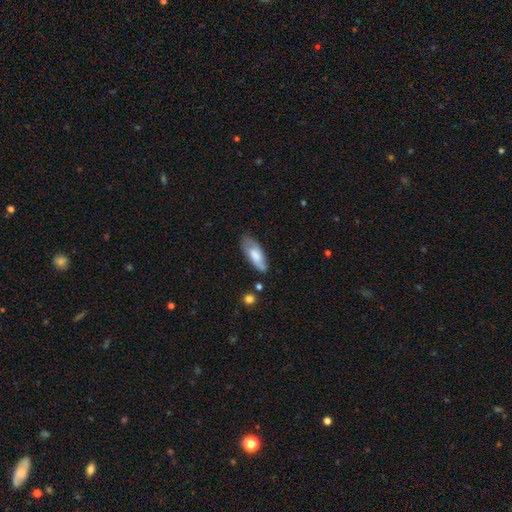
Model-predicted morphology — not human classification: Smooth or featured: smooth — 67% (featured or disk — 27%)
How rounded: in between — 74% (cigar-shaped — 24%)
Merging: none — 66% (minor disturbance — 25%)